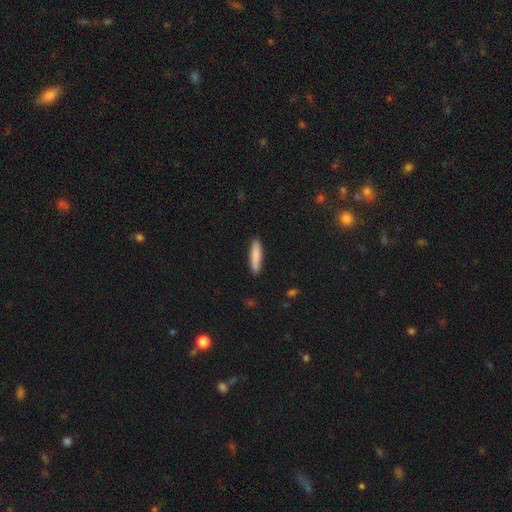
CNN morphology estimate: This is clearly a smooth galaxy (83%). How rounded: clearly cigar-shaped (83%). Merging: clearly none (89%).